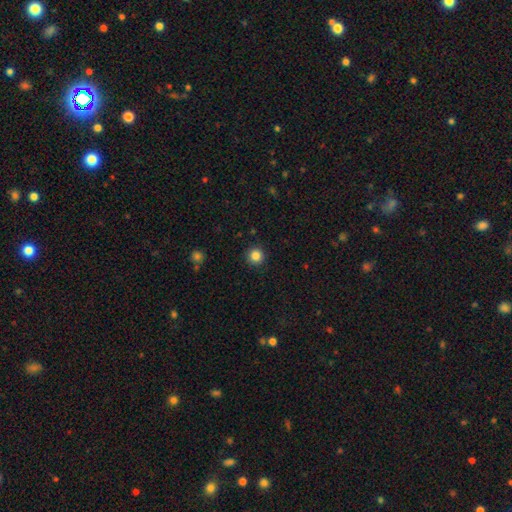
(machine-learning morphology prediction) smooth-or-featured: smooth: 85% | star or artifact: 11% | featured or disk: 4%
  how-rounded: round: 95% | in between: 4% | cigar-shaped: 1%
  merging: none: 92% | minor disturbance: 5% | major disturbance: 2% | merger: 1%